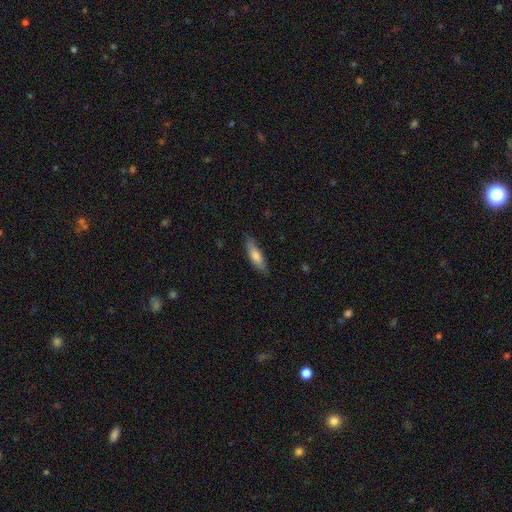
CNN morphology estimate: A smooth galaxy with no disk features (72%) that is cigar-shaped (61%).

Vote fractions:
- Smooth or featured? smooth: 72% / featured or disk: 22% / star or artifact: 6%
- How rounded? cigar-shaped: 61% / in between: 37% / round: 2%
- Merging? none: 80% / minor disturbance: 16% / major disturbance: 3% / merger: 1%